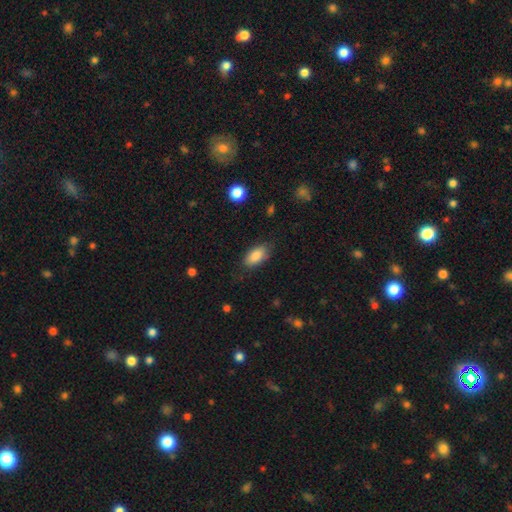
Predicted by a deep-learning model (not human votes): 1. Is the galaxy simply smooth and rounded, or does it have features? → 85% smooth, 8% featured or disk, 7% star or artifact.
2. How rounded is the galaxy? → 90% in between, 6% cigar-shaped, 3% round.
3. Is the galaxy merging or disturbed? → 78% none, 17% minor disturbance, 4% major disturbance, 1% merger.